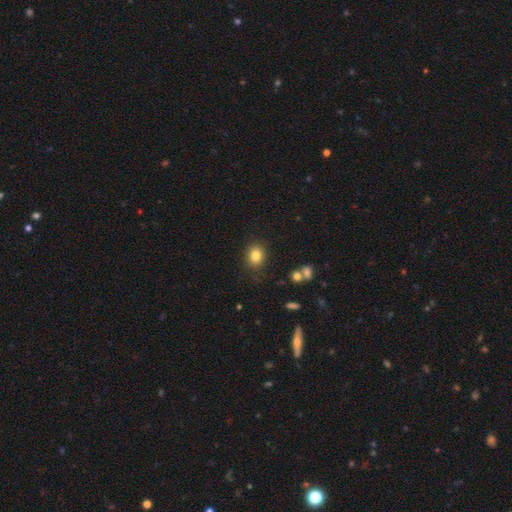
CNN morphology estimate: The model was most divided on "how rounded": round: 54%, in between: 45%, cigar-shaped: 1%. More confident: merging — none (84%); smooth or featured — smooth (83%).